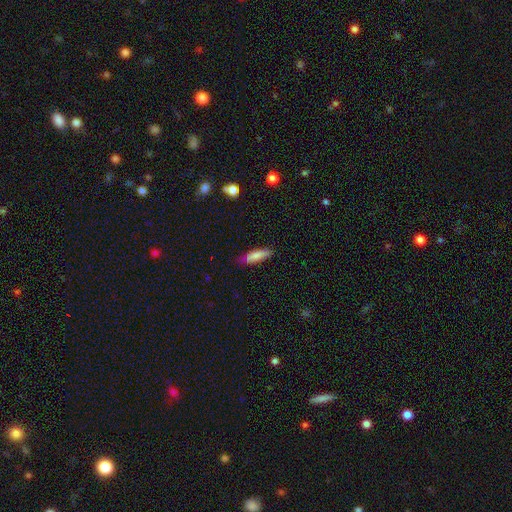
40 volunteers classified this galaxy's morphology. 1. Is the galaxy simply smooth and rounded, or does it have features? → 85% smooth, 12% featured or disk, 2% star or artifact.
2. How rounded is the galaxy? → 68% cigar-shaped, 32% in between, 0% round.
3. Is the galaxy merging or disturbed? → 92% none, 5% minor disturbance, 3% major disturbance, 0% merger.